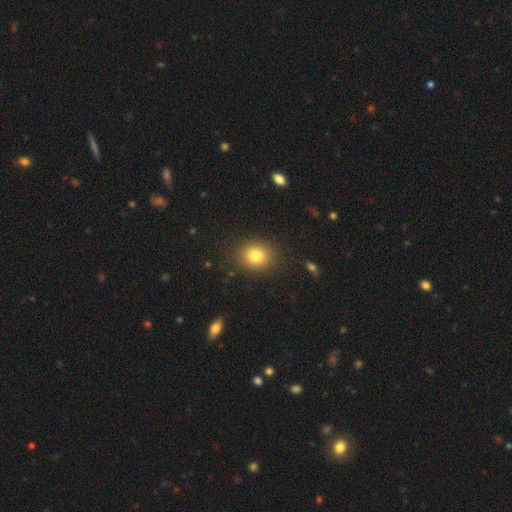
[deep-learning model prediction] A smooth galaxy with no disk features (81%) that is round (71%). Merging: none (88%).